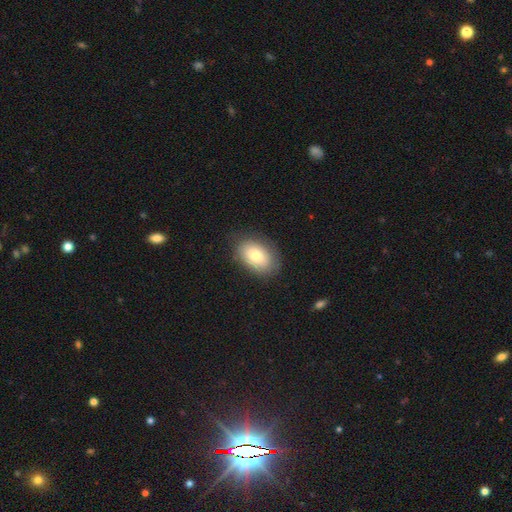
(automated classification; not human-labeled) A smooth galaxy with no disk features (79%) that is in between round and cigar-shaped (88%). Merging: none (83%).